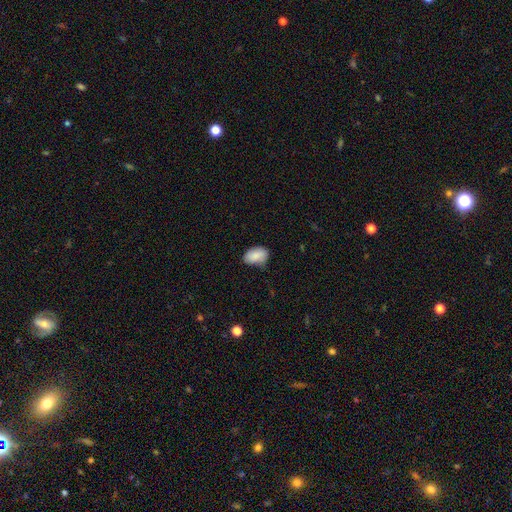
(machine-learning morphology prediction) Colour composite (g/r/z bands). It shows a smooth galaxy with no disk features (86%) that is in between round and cigar-shaped (91%). Merging: none (67%).